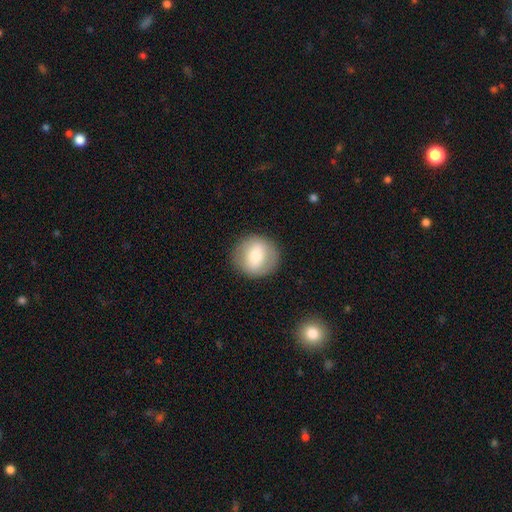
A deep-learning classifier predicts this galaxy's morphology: A smooth galaxy with no disk features (64%) that is round (89%). Merging: none (88%).